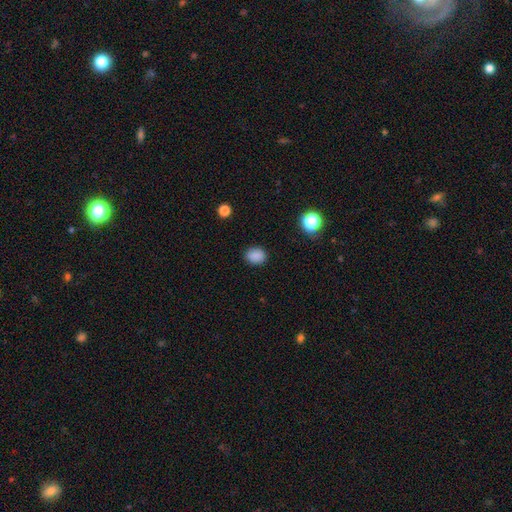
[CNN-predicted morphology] Smooth or featured: smooth — 86% (star or artifact — 11%)
How rounded: round — 50% (in between — 49%)
Merging: none — 87% (minor disturbance — 10%)